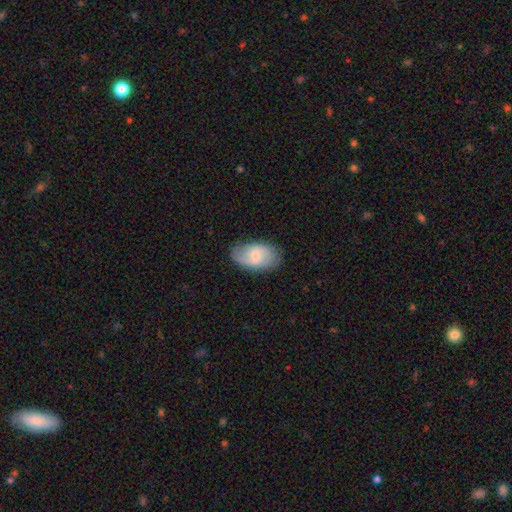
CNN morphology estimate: This is possibly a featured or disk galaxy (48%). Merging: likely none (74%).